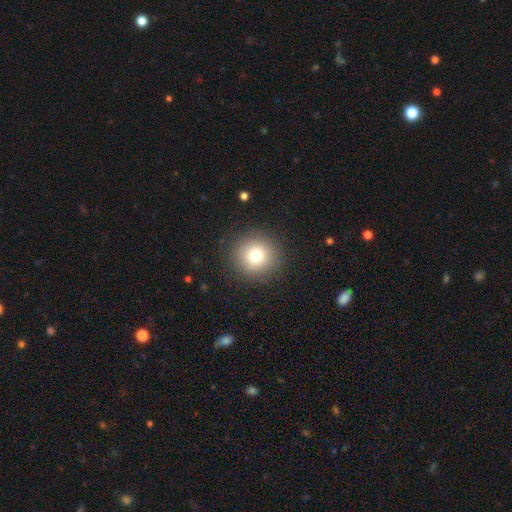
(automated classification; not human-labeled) Smooth or featured? smooth (77%)
How rounded? round (94%)
Merging? none (90%)